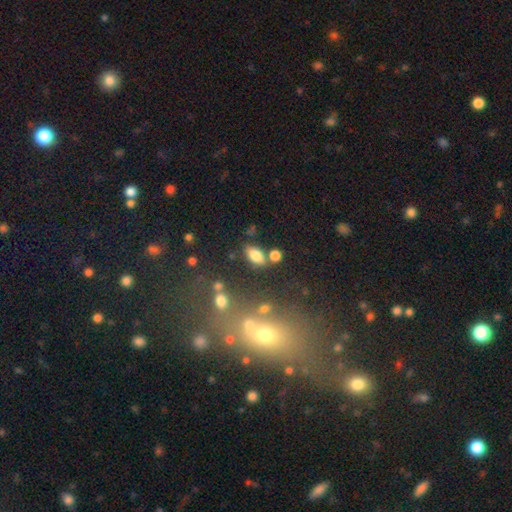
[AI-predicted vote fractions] smooth-or-featured: smooth: 79% | star or artifact: 10% | featured or disk: 10%
  how-rounded: in between: 89% | round: 6% | cigar-shaped: 5%
  merging: none: 70% | merger: 13% | minor disturbance: 13% | major disturbance: 4%